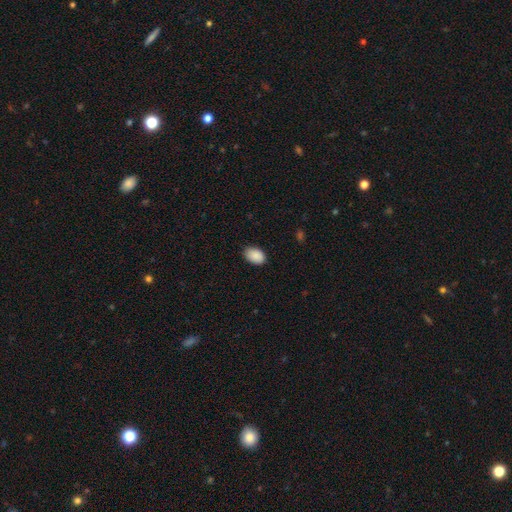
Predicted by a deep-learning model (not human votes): This is clearly a smooth galaxy (90%). How rounded: clearly in between (86%). Merging: clearly none (85%).